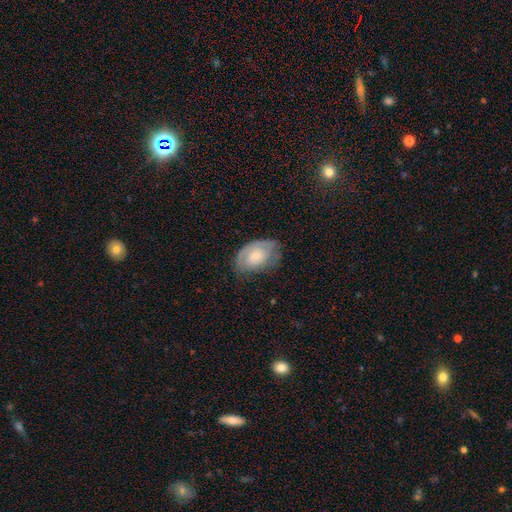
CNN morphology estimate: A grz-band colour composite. It shows a featured or disk galaxy (48%). Merging: none (62%).